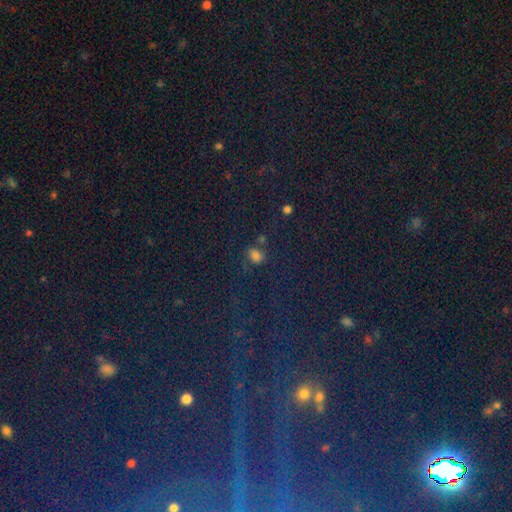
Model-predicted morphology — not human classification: Smooth or featured: smooth — 56% (star or artifact — 35%)
How rounded: in between — 52% (round — 45%)
Merging: none — 63% (minor disturbance — 15%)